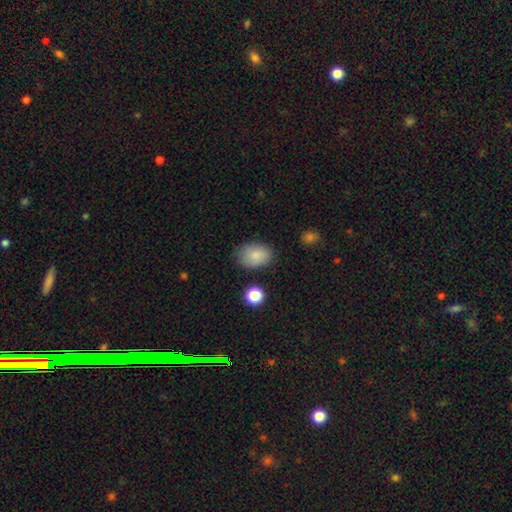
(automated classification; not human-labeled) A smooth galaxy with no disk features (85%) that is in between round and cigar-shaped (80%).

Vote fractions:
- Smooth or featured? smooth: 85% / star or artifact: 8% / featured or disk: 7%
- How rounded? in between: 80% / round: 19% / cigar-shaped: 1%
- Merging? none: 78% / minor disturbance: 15% / major disturbance: 4% / merger: 2%